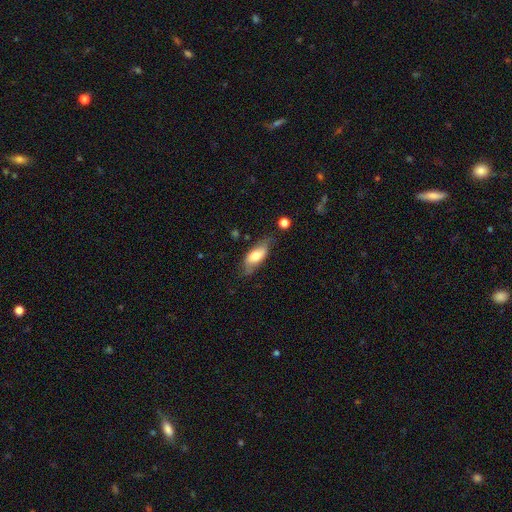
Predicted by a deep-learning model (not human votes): smooth_or_featured: smooth (p=0.65) [alt: featured or disk p=0.28]
how_rounded: in between (p=0.81) [alt: cigar-shaped p=0.16]
merging: none (p=0.64) [alt: minor disturbance p=0.26]